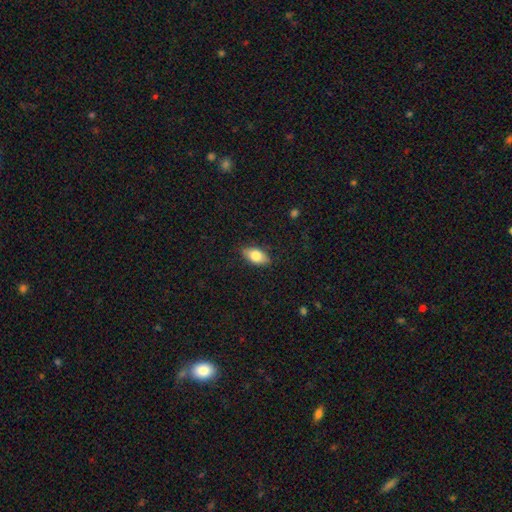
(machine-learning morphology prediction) Smooth or featured? smooth (80%)
How rounded? in between (91%)
Merging? none (85%)